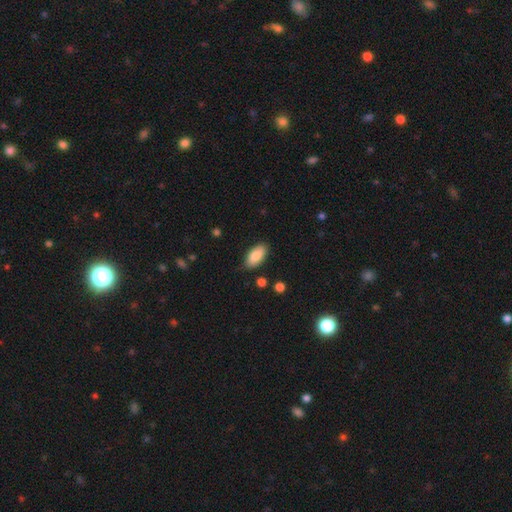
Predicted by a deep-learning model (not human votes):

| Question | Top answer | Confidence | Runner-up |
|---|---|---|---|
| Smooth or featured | smooth | 85% | featured or disk (9%) |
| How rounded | in between | 92% | cigar-shaped (5%) |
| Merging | none | 84% | minor disturbance (12%) |